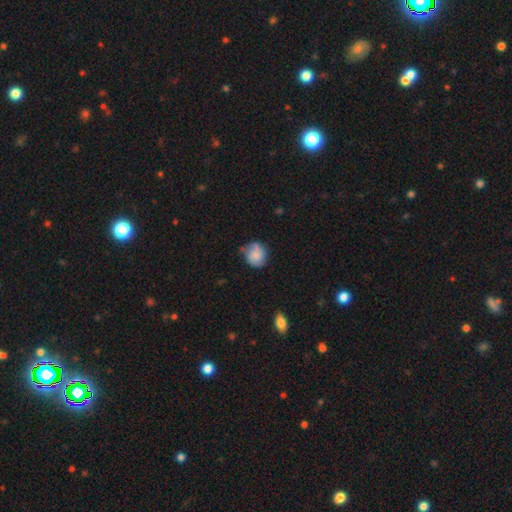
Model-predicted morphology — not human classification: smooth-or-featured: smooth: 52% | featured or disk: 39% | star or artifact: 9%
  how-rounded: round: 74% | in between: 25% | cigar-shaped: 1%
  merging: none: 59% | minor disturbance: 27% | major disturbance: 10% | merger: 4%